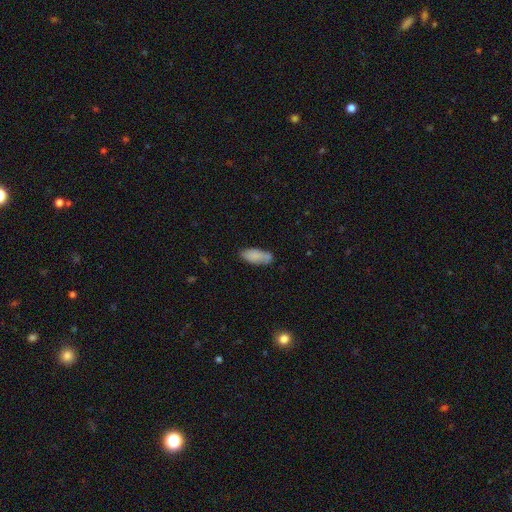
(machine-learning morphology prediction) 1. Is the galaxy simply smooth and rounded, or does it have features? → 84% smooth, 9% featured or disk, 7% star or artifact.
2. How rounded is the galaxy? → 81% in between, 17% cigar-shaped, 2% round.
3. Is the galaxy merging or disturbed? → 69% none, 21% minor disturbance, 6% merger, 4% major disturbance.